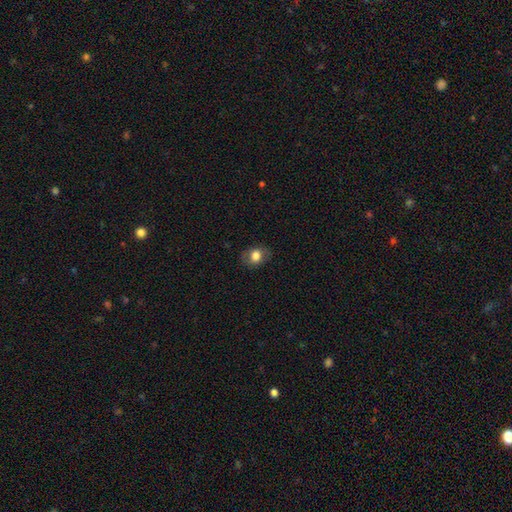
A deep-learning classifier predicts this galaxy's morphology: The model was most divided on "how rounded": in between: 59%, round: 40%, cigar-shaped: 1%. More confident: merging — none (81%); smooth or featured — smooth (76%).